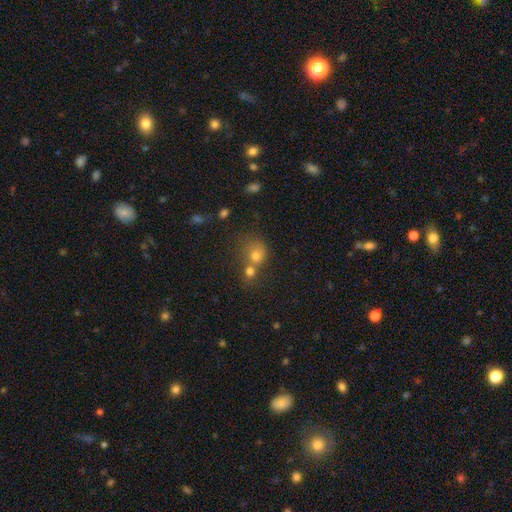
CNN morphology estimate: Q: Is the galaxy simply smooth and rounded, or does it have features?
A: smooth — 68%.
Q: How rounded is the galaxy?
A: round — 72%.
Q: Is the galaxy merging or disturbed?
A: merger — 55%.